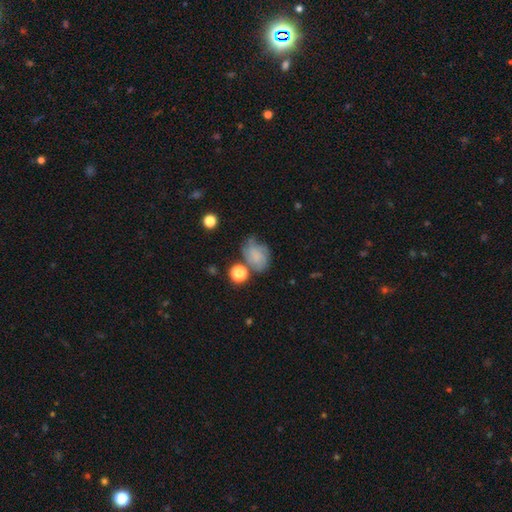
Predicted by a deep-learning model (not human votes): This appears to be a smooth galaxy with no disk features (57%) that is in between round and cigar-shaped (56%). Merging: none (47%).